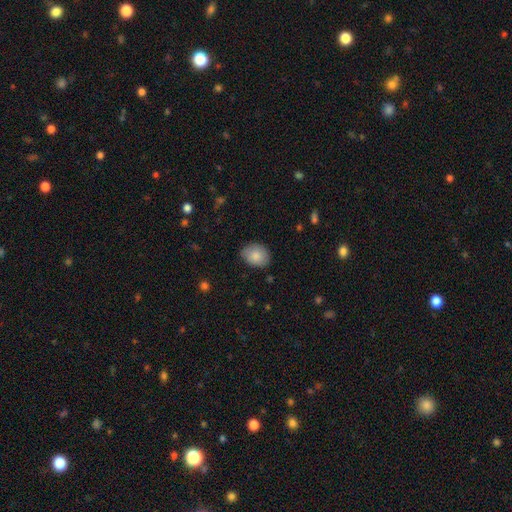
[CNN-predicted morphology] A smooth galaxy with no disk features (85%) that is in between round and cigar-shaped (64%). Merging: none (79%).